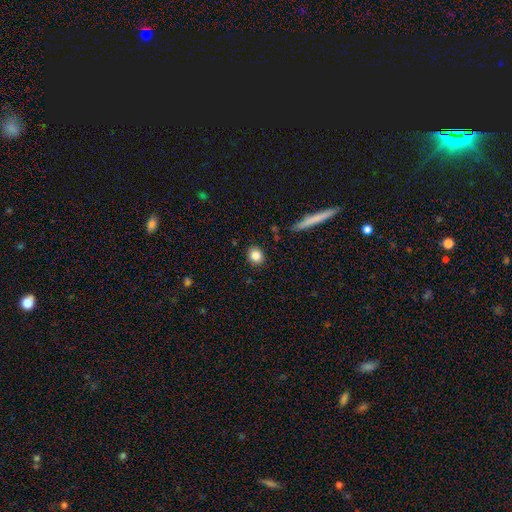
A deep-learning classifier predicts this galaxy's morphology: Q: Smooth or featured?
A: smooth (83%); runner-up: star or artifact (10%)
Q: How rounded?
A: round (71%); runner-up: in between (27%)
Q: Merging?
A: none (88%); runner-up: minor disturbance (8%)